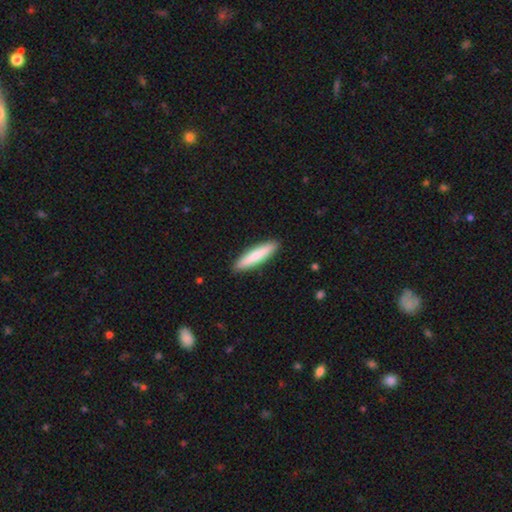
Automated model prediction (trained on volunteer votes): smooth 75%, featured or disk 20%, star or artifact 5%. Down the decision tree: how rounded — cigar-shaped (87%); merging — none (91%).